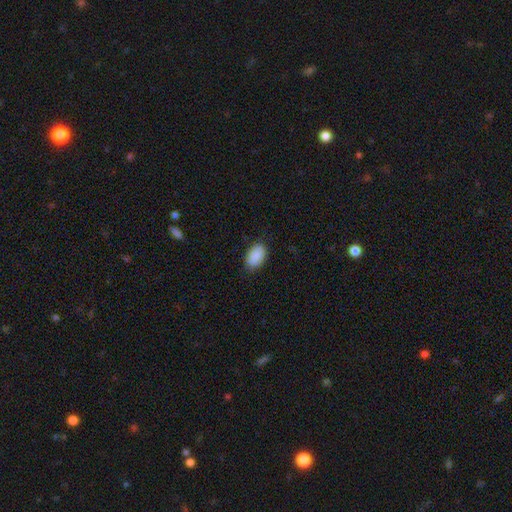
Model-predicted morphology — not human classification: type=smooth (91%); roundness=in between (92%); merging=none (85%).